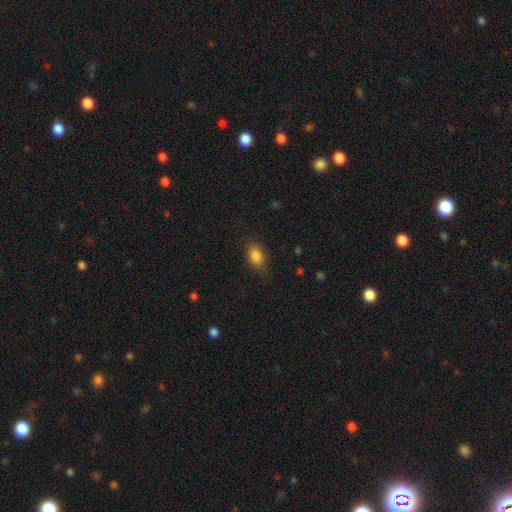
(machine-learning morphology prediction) Q: Smooth or featured?
A: smooth (85%); runner-up: star or artifact (8%)
Q: How rounded?
A: in between (85%); runner-up: round (12%)
Q: Merging?
A: none (77%); runner-up: minor disturbance (17%)